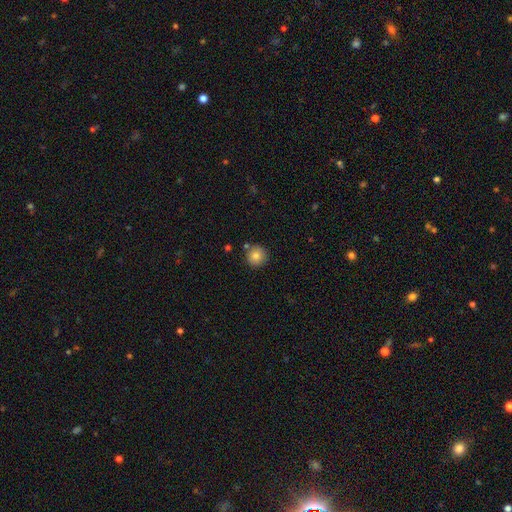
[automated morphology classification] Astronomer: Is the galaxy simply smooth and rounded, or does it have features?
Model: smooth — 82%.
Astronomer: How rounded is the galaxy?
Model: round — 95%.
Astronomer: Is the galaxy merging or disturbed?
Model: none — 85%.